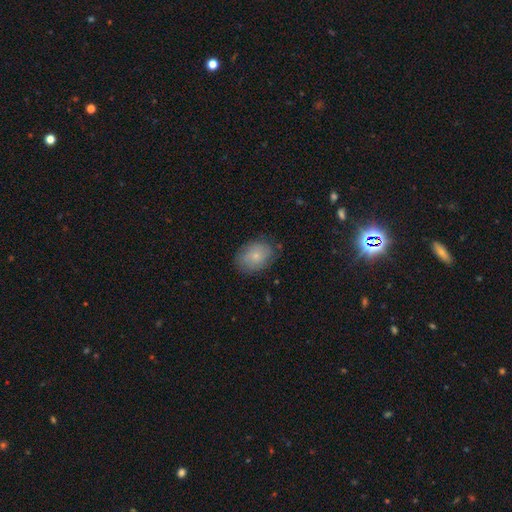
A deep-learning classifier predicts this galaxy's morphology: Smooth or featured: smooth — 72% (featured or disk — 21%)
How rounded: in between — 70% (round — 28%)
Merging: none — 76% (minor disturbance — 18%)